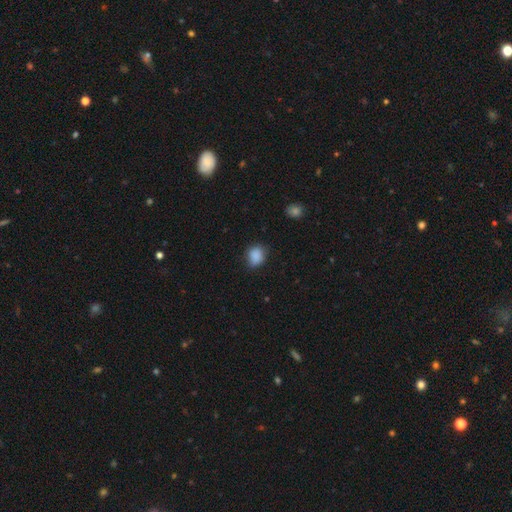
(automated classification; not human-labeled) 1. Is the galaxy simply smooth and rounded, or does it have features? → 87% smooth, 9% star or artifact, 4% featured or disk.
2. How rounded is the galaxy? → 54% round, 45% in between, 1% cigar-shaped.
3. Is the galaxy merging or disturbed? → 71% none, 23% minor disturbance, 5% major disturbance, 1% merger.